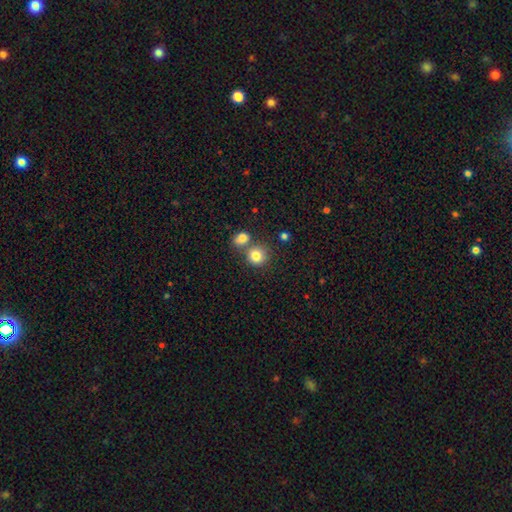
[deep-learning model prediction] This appears to be a smooth galaxy with no disk features (82%) that is round (86%). Merging: none (58%).